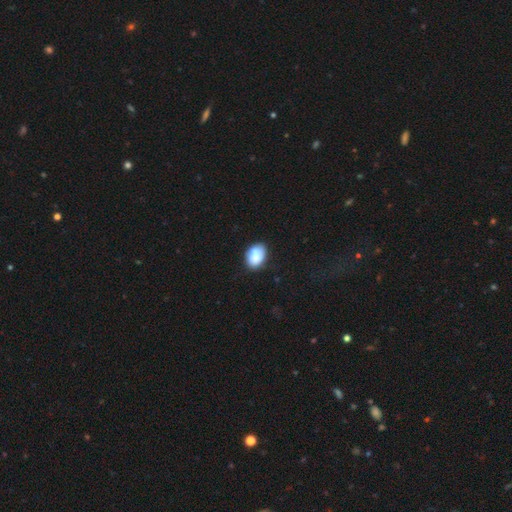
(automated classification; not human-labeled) smooth_or_featured: smooth (p=0.78) [alt: featured or disk p=0.14]
how_rounded: in between (p=0.80) [alt: round p=0.19]
merging: none (p=0.56) [alt: minor disturbance p=0.20]